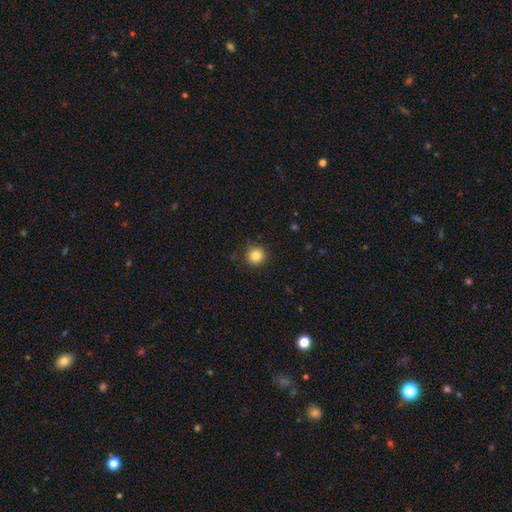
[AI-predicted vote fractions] smooth-or-featured: smooth: 85% | star or artifact: 11% | featured or disk: 5%
  how-rounded: round: 95% | in between: 4% | cigar-shaped: 1%
  merging: none: 89% | minor disturbance: 7% | major disturbance: 2% | merger: 1%